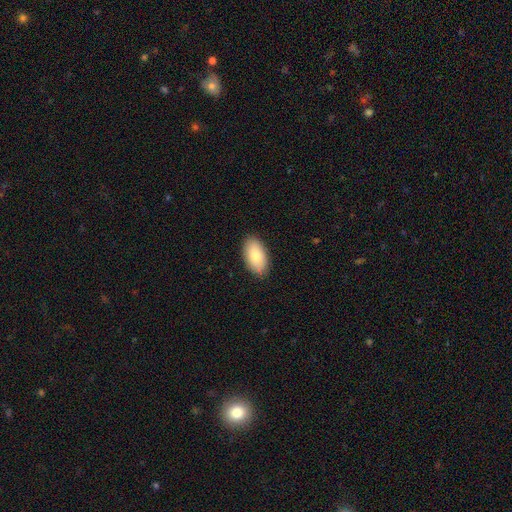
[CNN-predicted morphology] Q: Smooth or featured?
A: smooth (83%); runner-up: featured or disk (11%)
Q: How rounded?
A: in between (95%); runner-up: round (3%)
Q: Merging?
A: none (87%); runner-up: minor disturbance (10%)